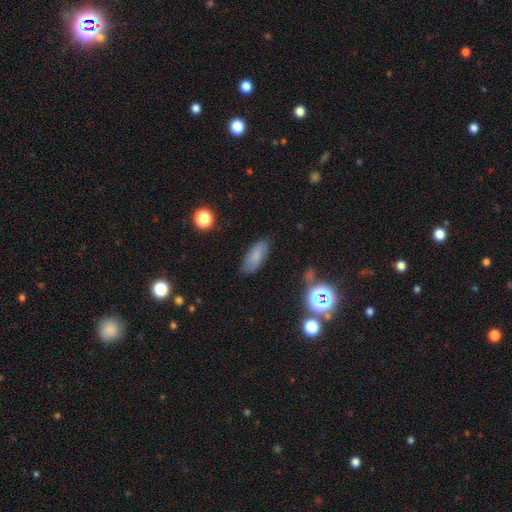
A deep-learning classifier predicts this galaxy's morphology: smooth-or-featured: smooth: 78% | featured or disk: 11% | star or artifact: 11%
  how-rounded: in between: 78% | cigar-shaped: 19% | round: 3%
  merging: none: 81% | minor disturbance: 14% | major disturbance: 3% | merger: 2%